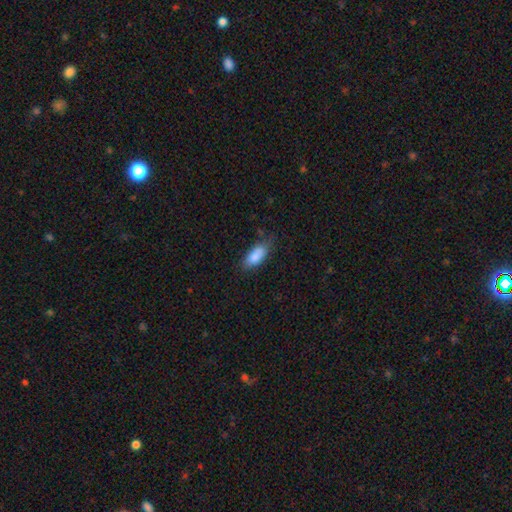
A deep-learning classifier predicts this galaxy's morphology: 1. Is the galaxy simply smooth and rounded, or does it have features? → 84% smooth, 9% featured or disk, 7% star or artifact.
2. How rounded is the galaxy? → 83% in between, 15% cigar-shaped, 2% round.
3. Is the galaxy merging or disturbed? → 63% none, 27% minor disturbance, 7% major disturbance, 3% merger.